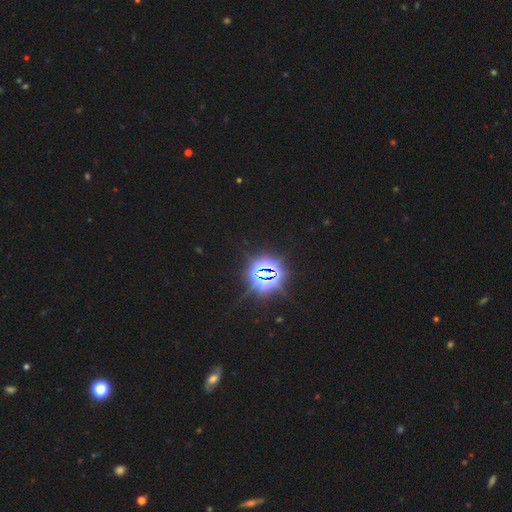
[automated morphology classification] Smooth or featured: star or artifact — 84% (smooth — 10%)